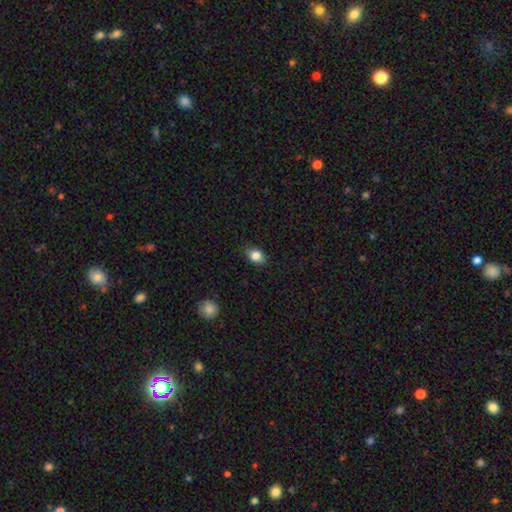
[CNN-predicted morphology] Smooth or featured? smooth (84%)
How rounded? in between (64%)
Merging? none (84%)